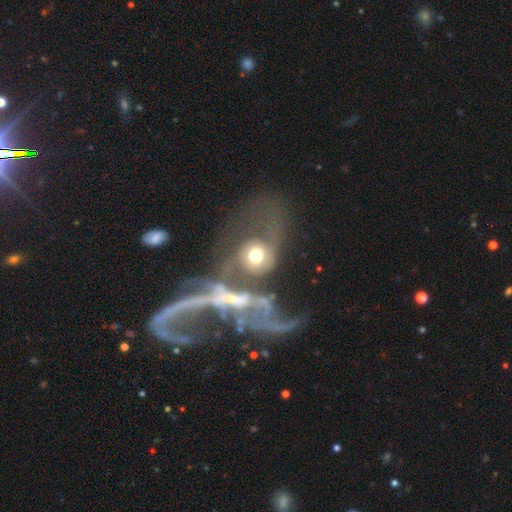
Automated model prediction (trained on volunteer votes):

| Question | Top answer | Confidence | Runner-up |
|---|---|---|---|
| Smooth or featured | featured or disk | 49% | smooth (38%) |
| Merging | merger | 54% | major disturbance (24%) |